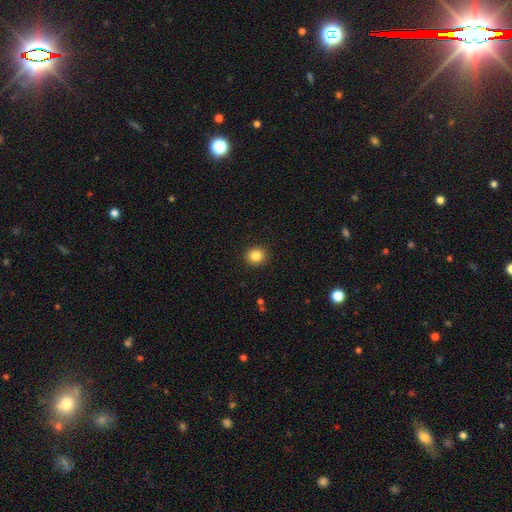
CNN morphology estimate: smooth 85%, star or artifact 10%, featured or disk 5%. Down the decision tree: how rounded — round (87%); merging — none (92%).